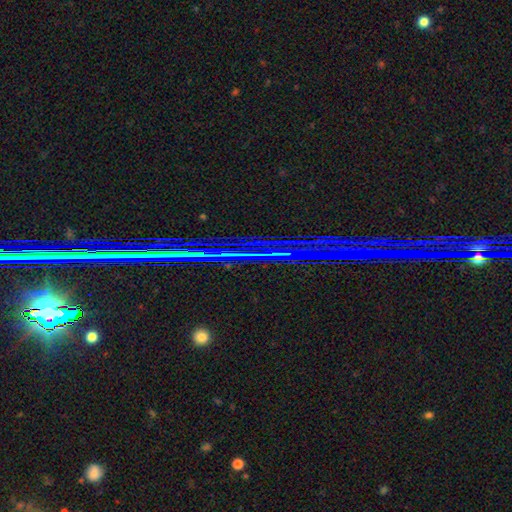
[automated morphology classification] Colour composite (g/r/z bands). It shows a star or artifact, not a galaxy (84%).